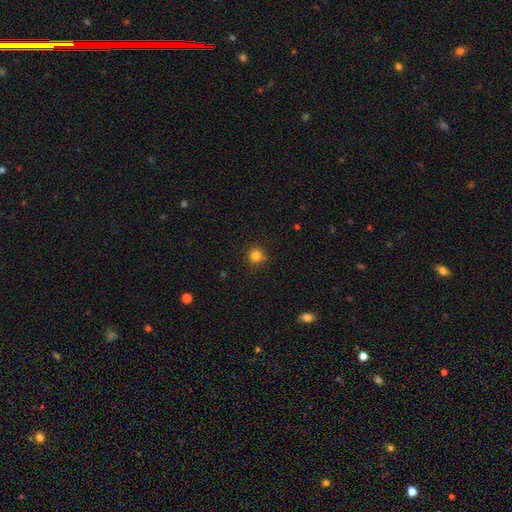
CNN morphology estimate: This appears to be a smooth galaxy with no disk features (83%) that is round (94%). Merging: none (88%).